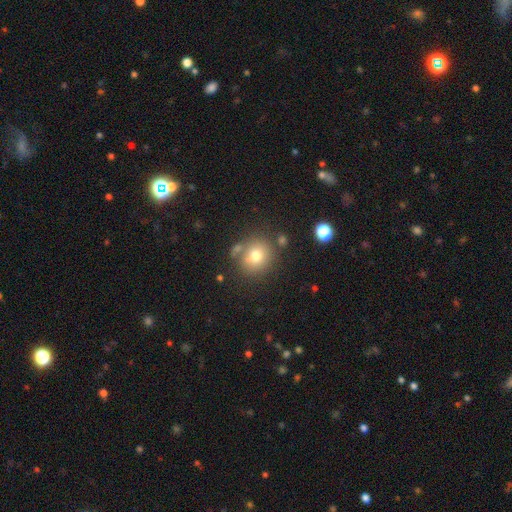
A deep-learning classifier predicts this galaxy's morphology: Smooth or featured? smooth (74%)
How rounded? round (83%)
Merging? none (72%)